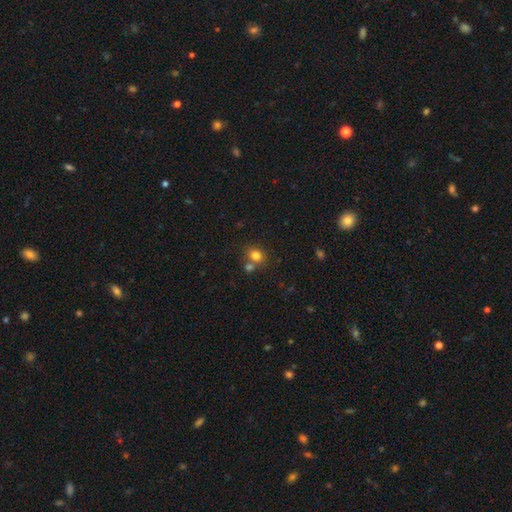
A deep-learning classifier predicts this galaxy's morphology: type=smooth (79%); roundness=round (65%); merging=none (55%).